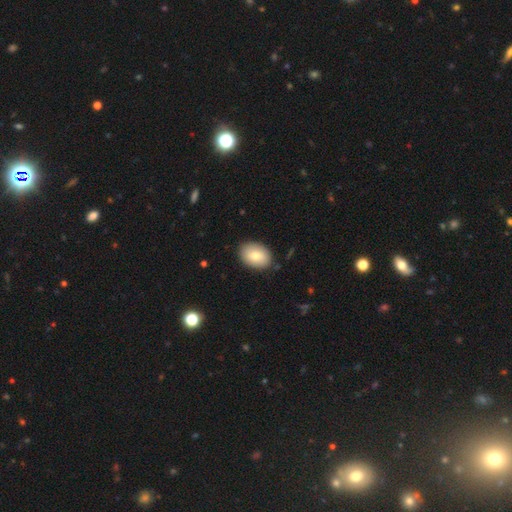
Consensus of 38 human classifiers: Smooth or featured: smooth — 76% (featured or disk — 13%)
How rounded: in between — 83% (round — 17%)
Merging: none — 82% (minor disturbance — 15%)